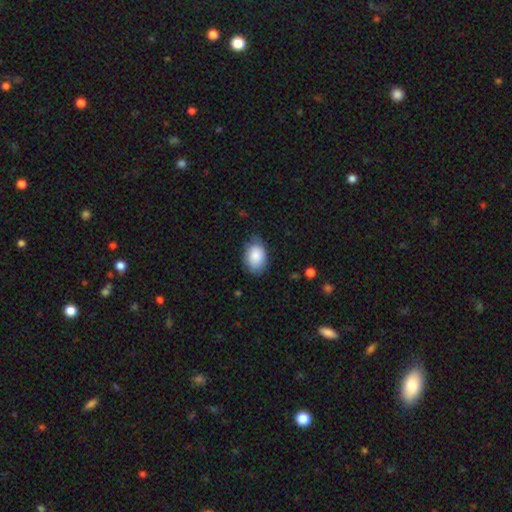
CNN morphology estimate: smooth 85%, featured or disk 9%, star or artifact 7%. Down the decision tree: how rounded — in between (84%); merging — none (71%).